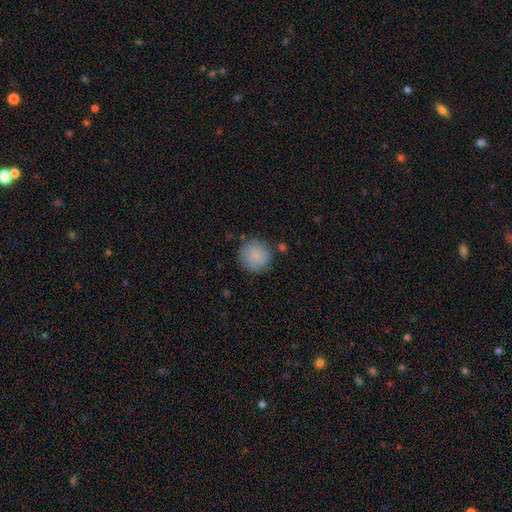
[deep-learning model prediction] The model was most divided on "merging": none: 81%, minor disturbance: 12%, merger: 3%, major disturbance: 3%. More confident: how rounded — round (94%); smooth or featured — smooth (86%).